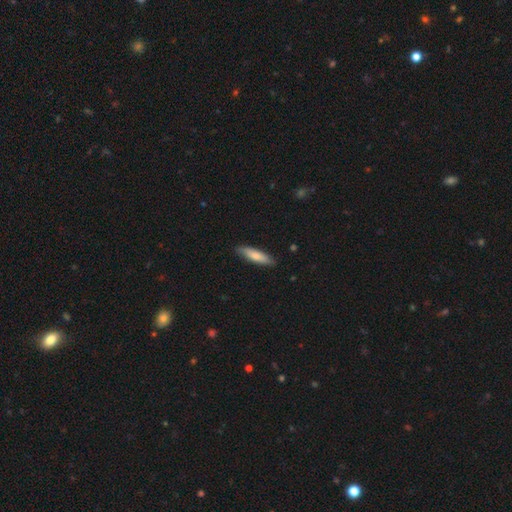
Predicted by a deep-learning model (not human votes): Q: Smooth or featured?
A: smooth (75%); runner-up: featured or disk (20%)
Q: How rounded?
A: cigar-shaped (69%); runner-up: in between (29%)
Q: Merging?
A: none (84%); runner-up: minor disturbance (13%)